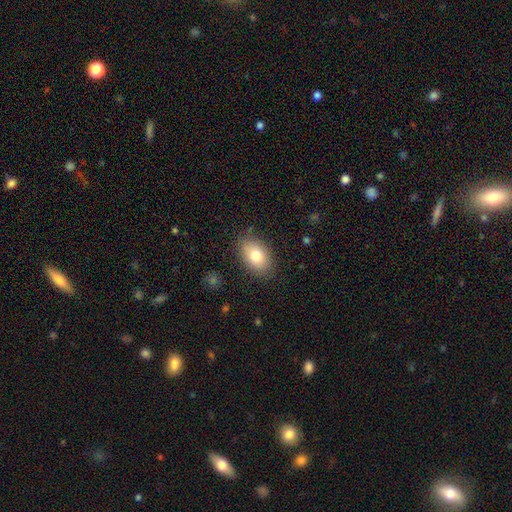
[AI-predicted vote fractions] Smooth or featured: smooth — 79% (featured or disk — 13%)
How rounded: in between — 89% (round — 10%)
Merging: none — 84% (minor disturbance — 12%)